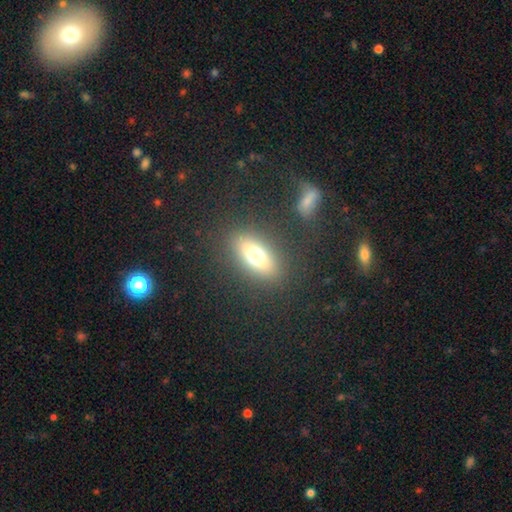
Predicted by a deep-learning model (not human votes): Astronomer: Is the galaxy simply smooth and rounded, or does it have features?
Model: smooth — 66%.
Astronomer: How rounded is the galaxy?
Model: in between — 74%.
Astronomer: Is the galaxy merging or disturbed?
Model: none — 86%.